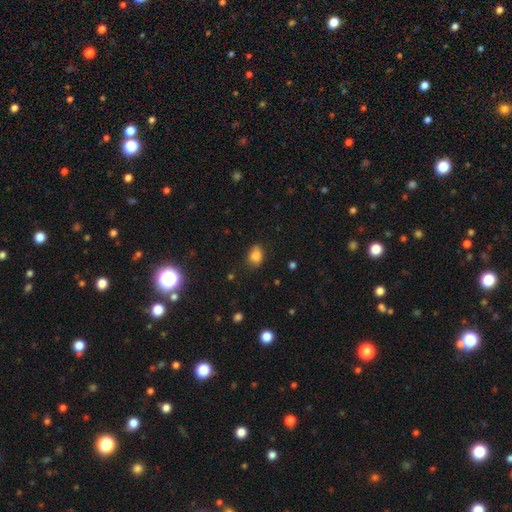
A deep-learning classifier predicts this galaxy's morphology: Smooth or featured: smooth — 83% (star or artifact — 10%)
How rounded: in between — 70% (round — 28%)
Merging: none — 69% (minor disturbance — 24%)